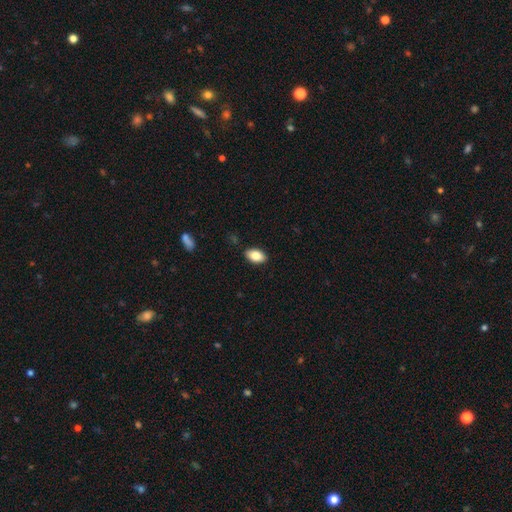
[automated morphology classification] Smooth or featured: smooth — 83% (featured or disk — 10%)
How rounded: in between — 92% (round — 6%)
Merging: none — 88% (minor disturbance — 9%)